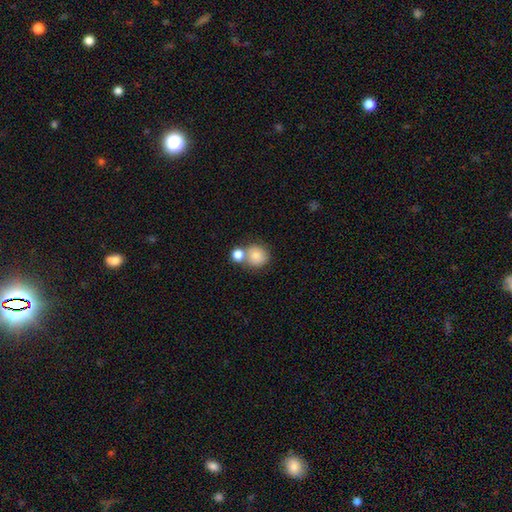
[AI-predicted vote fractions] Smooth or featured? Predicted: smooth (p=0.81). How rounded? Predicted: round (p=0.87). Merging? Predicted: none (p=0.55).